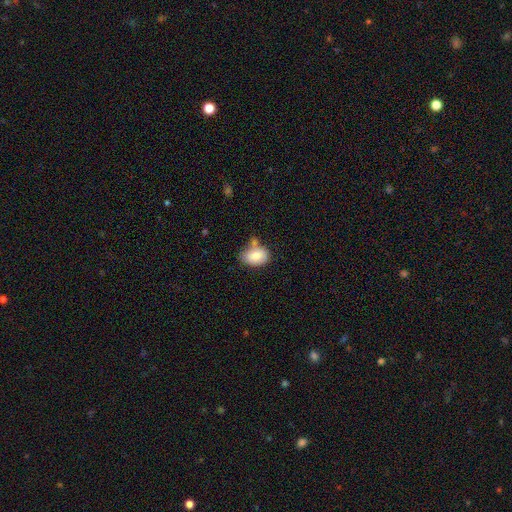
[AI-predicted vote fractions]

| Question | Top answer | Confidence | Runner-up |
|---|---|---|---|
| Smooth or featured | smooth | 79% | featured or disk (14%) |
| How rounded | in between | 80% | round (19%) |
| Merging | none | 57% | minor disturbance (22%) |